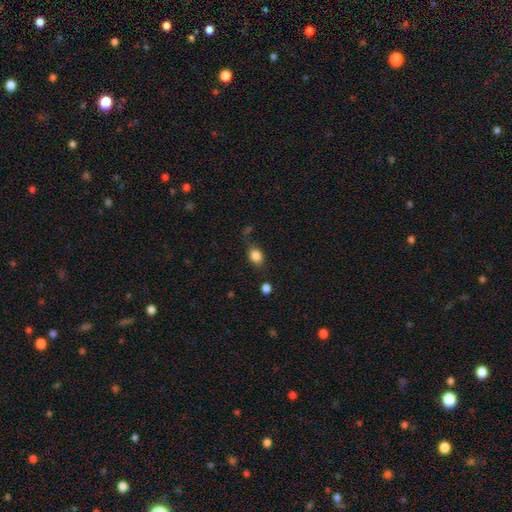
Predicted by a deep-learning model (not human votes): smooth_or_featured: smooth (p=0.84) [alt: star or artifact p=0.10]
how_rounded: in between (p=0.67) [alt: round p=0.32]
merging: none (p=0.70) [alt: minor disturbance p=0.19]